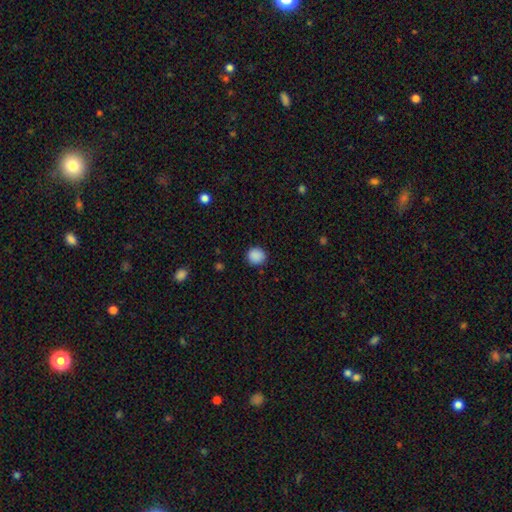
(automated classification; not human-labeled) A smooth galaxy with no disk features (88%) that is round (89%).

Vote fractions:
- Smooth or featured? smooth: 88% / star or artifact: 9% / featured or disk: 2%
- How rounded? round: 89% / in between: 10% / cigar-shaped: 1%
- Merging? none: 88% / minor disturbance: 8% / major disturbance: 2% / merger: 1%